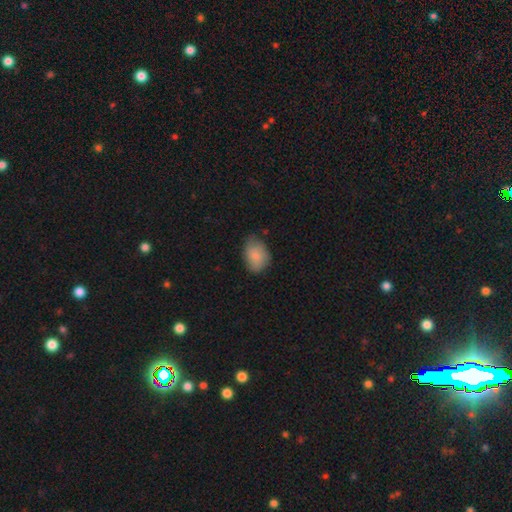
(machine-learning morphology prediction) The model was most divided on "merging": none: 62%, minor disturbance: 31%, major disturbance: 6%, merger: 1%. More confident: smooth or featured — smooth (82%); how rounded — in between (78%).